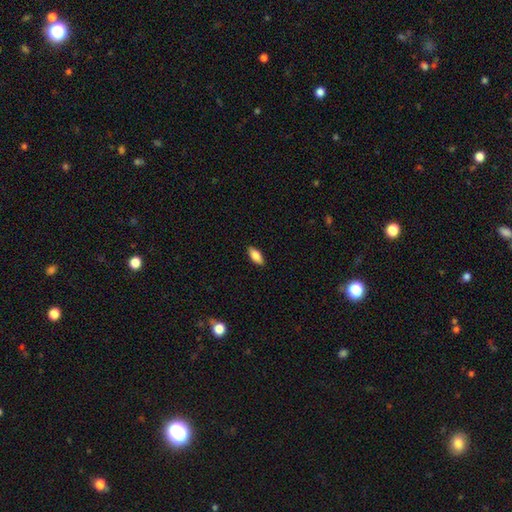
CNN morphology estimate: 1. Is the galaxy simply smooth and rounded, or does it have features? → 81% smooth, 13% featured or disk, 7% star or artifact.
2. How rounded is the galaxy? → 82% in between, 16% cigar-shaped, 2% round.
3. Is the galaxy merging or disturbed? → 89% none, 8% minor disturbance, 2% major disturbance, 1% merger.